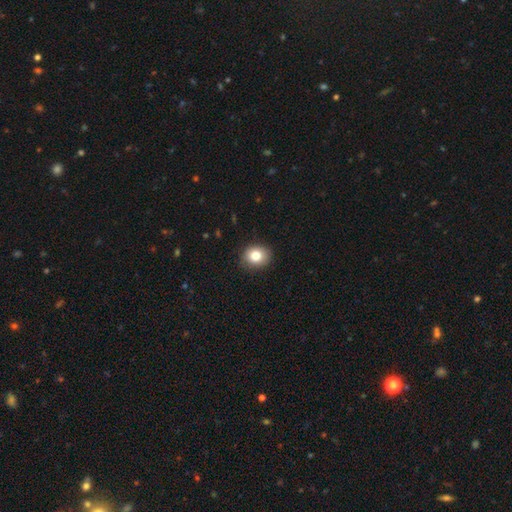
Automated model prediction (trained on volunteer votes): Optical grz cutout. It shows a smooth galaxy with no disk features (82%) that is round (64%). Merging: none (89%).